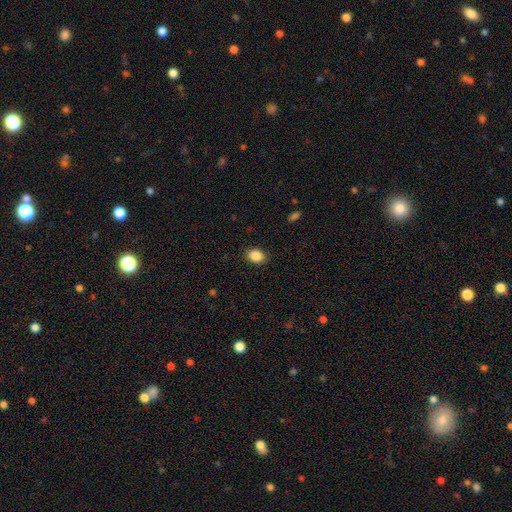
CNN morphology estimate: smooth-or-featured: smooth: 88% | star or artifact: 9% | featured or disk: 4%
  how-rounded: in between: 63% | round: 36% | cigar-shaped: 1%
  merging: none: 89% | minor disturbance: 8% | major disturbance: 2% | merger: 1%